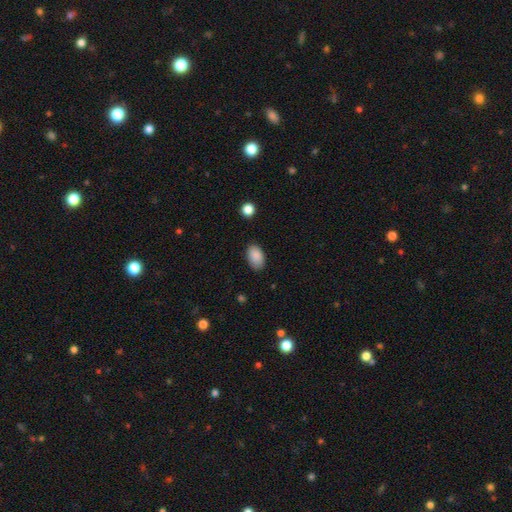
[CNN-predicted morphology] type=smooth (89%); roundness=in between (92%); merging=none (83%).